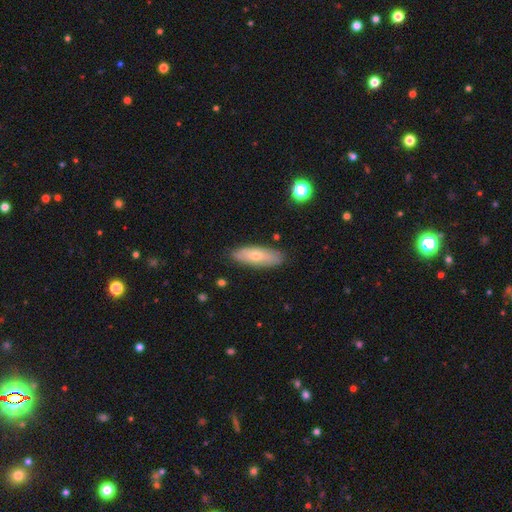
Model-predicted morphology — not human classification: Smooth or featured? smooth (61%)
How rounded? in between (60%)
Merging? none (83%)